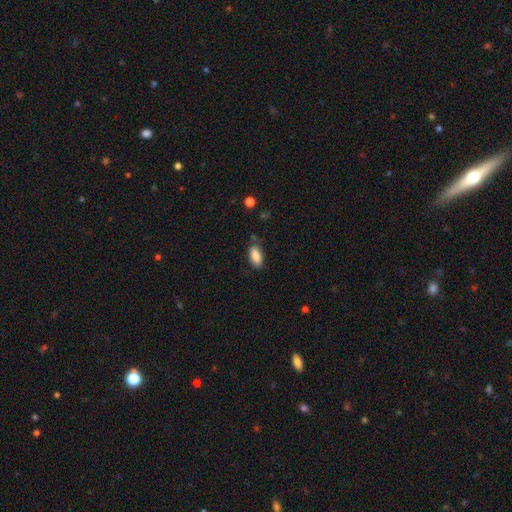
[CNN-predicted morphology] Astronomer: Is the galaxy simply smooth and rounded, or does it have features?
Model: smooth — 86%.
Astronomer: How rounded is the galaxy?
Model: in between — 87%.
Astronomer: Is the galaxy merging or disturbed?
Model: none — 77%.